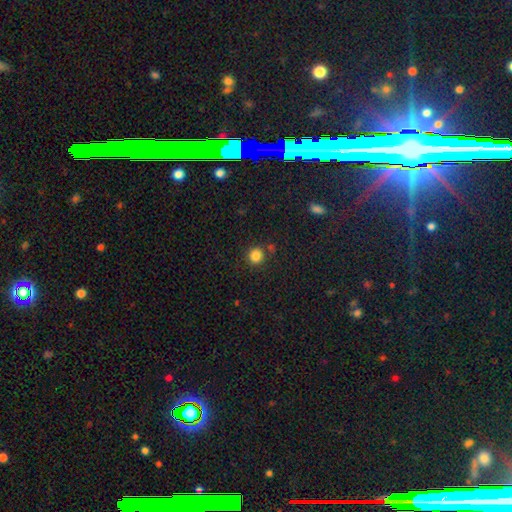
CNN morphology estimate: Smooth or featured?
  - smooth: 84% *
  - star or artifact: 12%
  - featured or disk: 4%
How rounded?
  - round: 89% *
  - in between: 10%
  - cigar-shaped: 1%
Merging?
  - none: 82% *
  - minor disturbance: 9%
  - merger: 7%
  - major disturbance: 3%